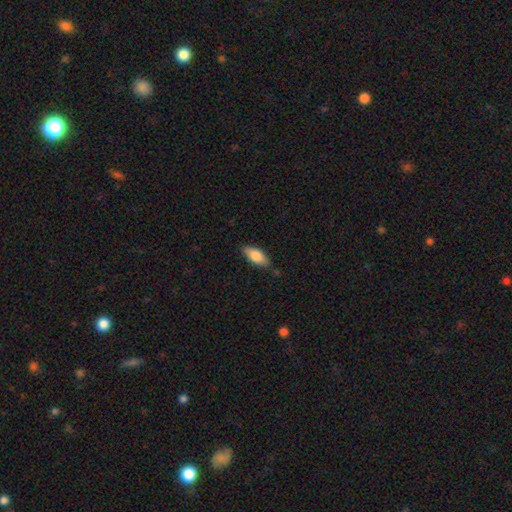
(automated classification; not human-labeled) Q: Smooth or featured?
A: smooth (78%); runner-up: featured or disk (16%)
Q: How rounded?
A: in between (80%); runner-up: cigar-shaped (17%)
Q: Merging?
A: none (80%); runner-up: minor disturbance (15%)